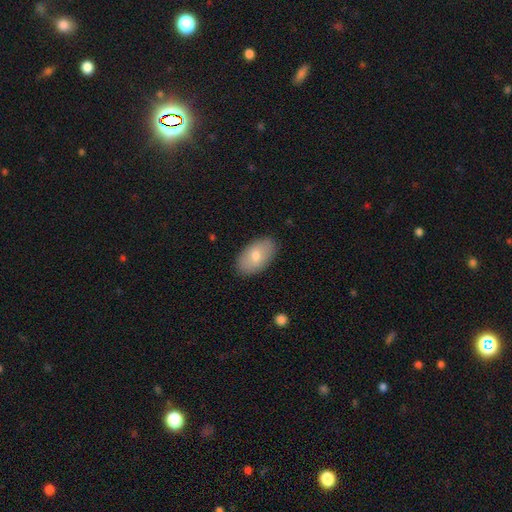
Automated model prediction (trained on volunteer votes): Smooth or featured: smooth — 72% (featured or disk — 21%)
How rounded: in between — 94% (round — 5%)
Merging: none — 87% (minor disturbance — 10%)